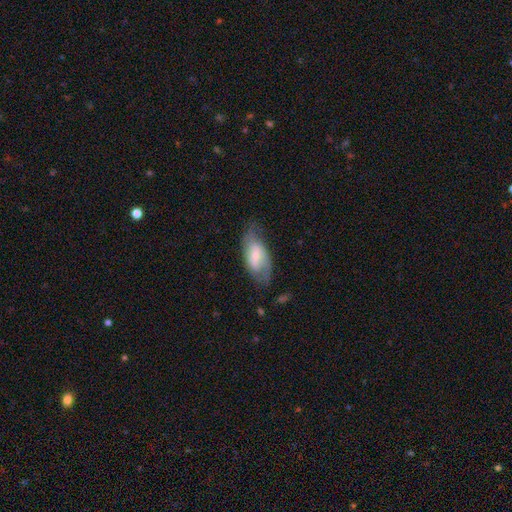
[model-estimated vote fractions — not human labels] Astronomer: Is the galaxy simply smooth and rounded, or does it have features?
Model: featured or disk — 57% (runner-up: smooth, 37%).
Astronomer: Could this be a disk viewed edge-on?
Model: no — 91%.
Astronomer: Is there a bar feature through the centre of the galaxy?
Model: weak — 48% (runner-up: no, 29%).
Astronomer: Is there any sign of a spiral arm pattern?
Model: yes — 78%.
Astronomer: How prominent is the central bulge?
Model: small — 48% (runner-up: moderate, 43%).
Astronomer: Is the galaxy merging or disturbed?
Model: none — 59%.